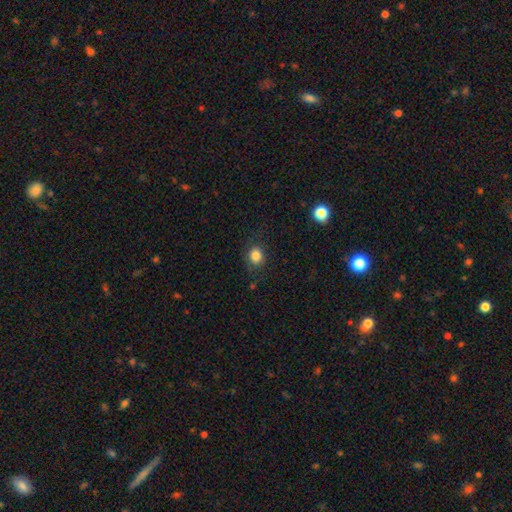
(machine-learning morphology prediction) This is clearly a smooth galaxy (84%). How rounded: likely round (68%). Merging: likely none (77%).